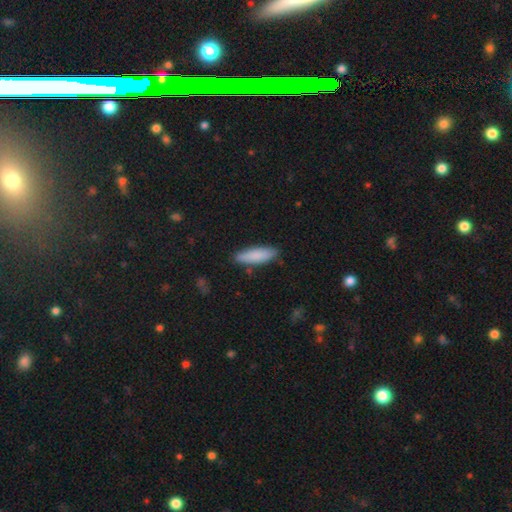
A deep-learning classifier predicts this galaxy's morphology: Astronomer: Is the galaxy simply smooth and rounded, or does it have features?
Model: smooth — 85%.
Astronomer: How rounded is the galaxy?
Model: cigar-shaped — 54% (runner-up: in between, 45%).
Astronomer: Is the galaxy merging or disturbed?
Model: none — 83%.